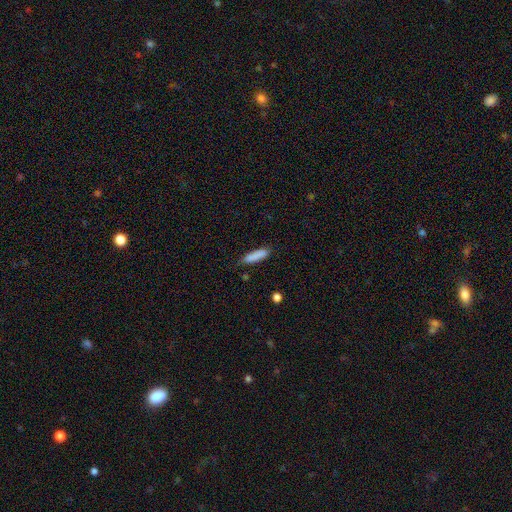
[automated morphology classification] Smooth or featured?
  - smooth: 86% *
  - featured or disk: 7%
  - star or artifact: 7%
How rounded?
  - cigar-shaped: 72% *
  - in between: 26%
  - round: 2%
Merging?
  - none: 75% *
  - minor disturbance: 19%
  - major disturbance: 3%
  - merger: 2%